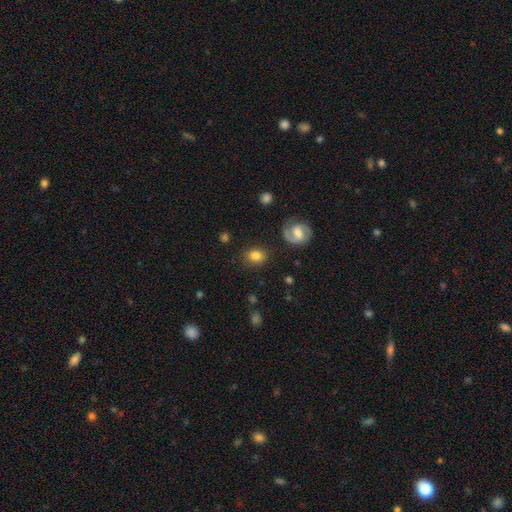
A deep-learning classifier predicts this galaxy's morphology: type=smooth (78%); roundness=round (54%); merging=none (83%).